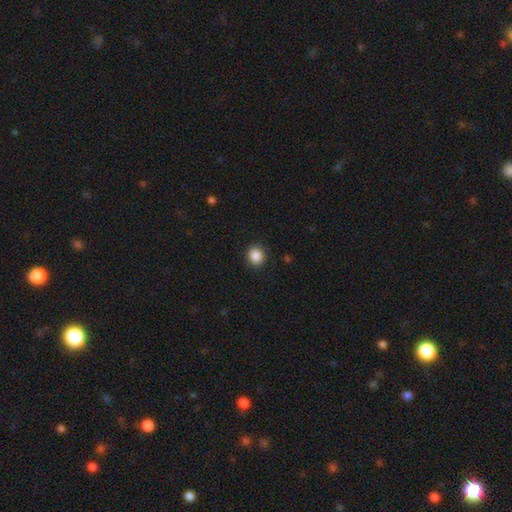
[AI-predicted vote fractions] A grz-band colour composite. It shows a smooth galaxy with no disk features (88%) that is round (82%). Merging: none (90%).